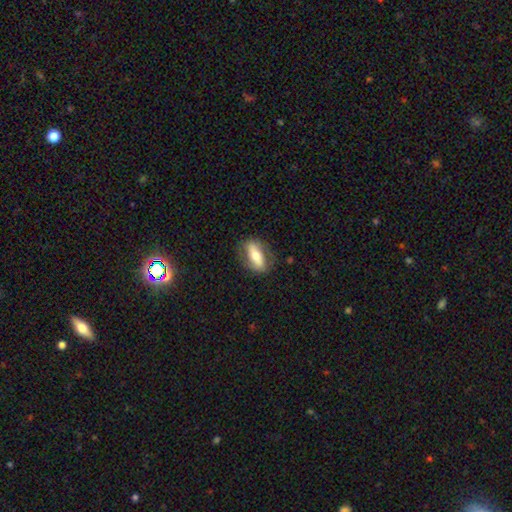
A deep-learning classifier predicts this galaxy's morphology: smooth-or-featured: smooth: 53% | featured or disk: 41% | star or artifact: 6%
  how-rounded: in between: 74% | cigar-shaped: 20% | round: 6%
  merging: none: 77% | minor disturbance: 16% | major disturbance: 6% | merger: 1%